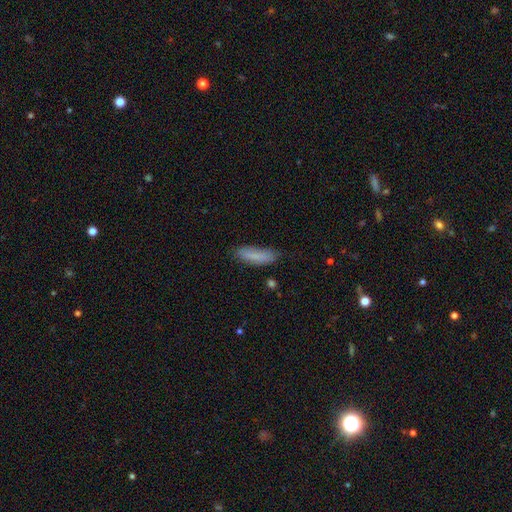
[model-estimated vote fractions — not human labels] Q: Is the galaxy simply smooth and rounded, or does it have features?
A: smooth — 83%.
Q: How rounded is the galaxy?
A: cigar-shaped — 53%.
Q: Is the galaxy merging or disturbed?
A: none — 72%.